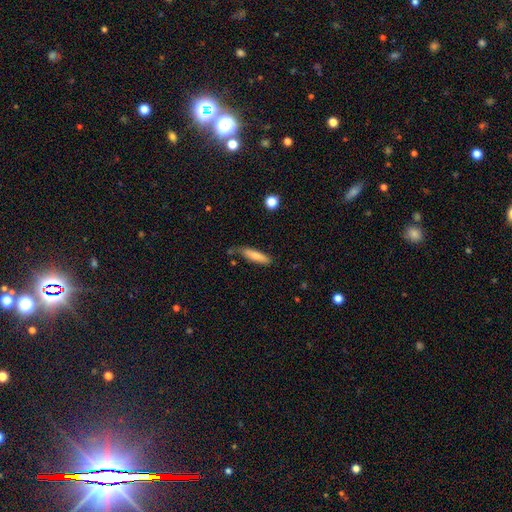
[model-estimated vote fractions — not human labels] Smooth or featured? smooth (74%)
How rounded? cigar-shaped (75%)
Merging? none (67%)